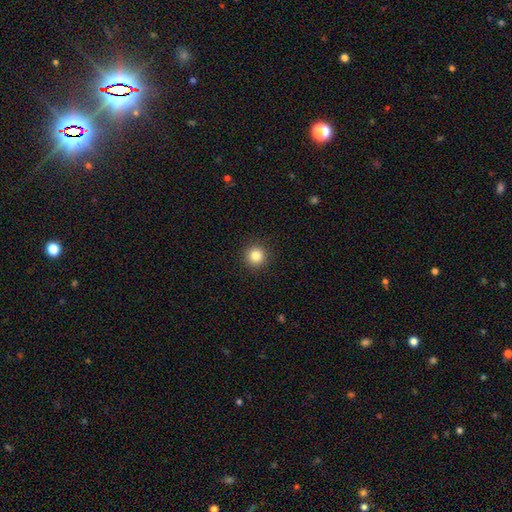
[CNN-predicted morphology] Smooth or featured? smooth (84%)
How rounded? round (95%)
Merging? none (92%)